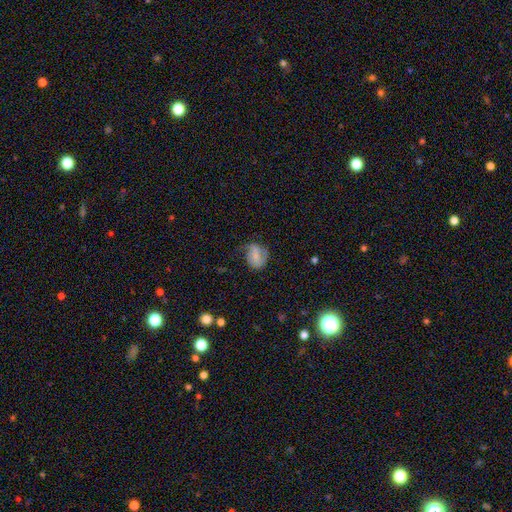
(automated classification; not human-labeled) featured or disk 53%, smooth 39%, star or artifact 8%. Down the decision tree: edge-on disk — no (97%); bar — weak (43%); spiral arms — yes (83%); bulge size — small (51%); merging — none (48%).